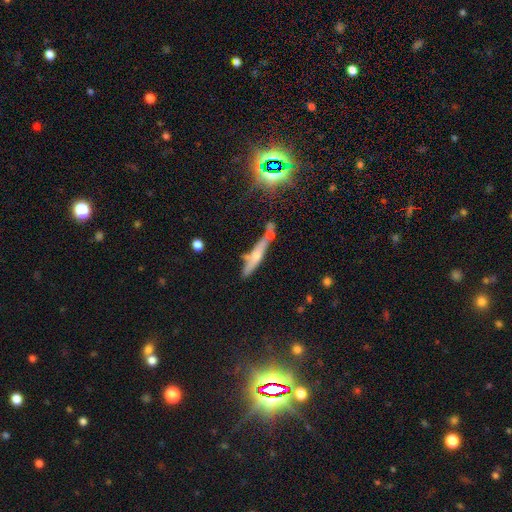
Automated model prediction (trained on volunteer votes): A smooth galaxy with no disk features (46%, tied with featured or disk).

Vote fractions:
- Smooth or featured? smooth: 46% (tied) / featured or disk: 46% (tied) / star or artifact: 8%
- Merging? none: 60% / merger: 18% / minor disturbance: 17% / major disturbance: 5%